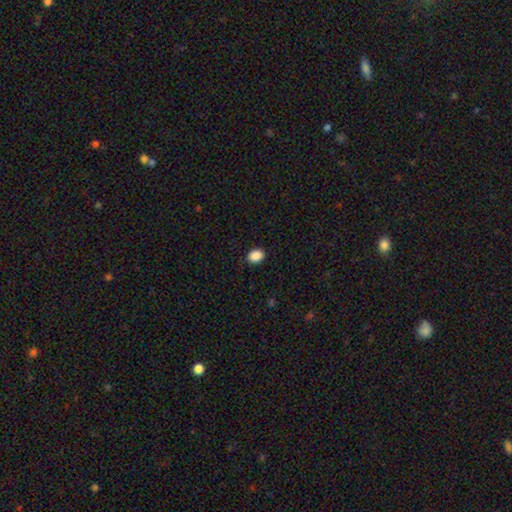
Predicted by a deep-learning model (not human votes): A smooth galaxy with no disk features (89%) that is in between round and cigar-shaped (57%).

Vote fractions:
- Smooth or featured? smooth: 89% / star or artifact: 8% / featured or disk: 2%
- How rounded? in between: 57% / round: 42% / cigar-shaped: 1%
- Merging? none: 90% / minor disturbance: 7% / major disturbance: 2% / merger: 1%